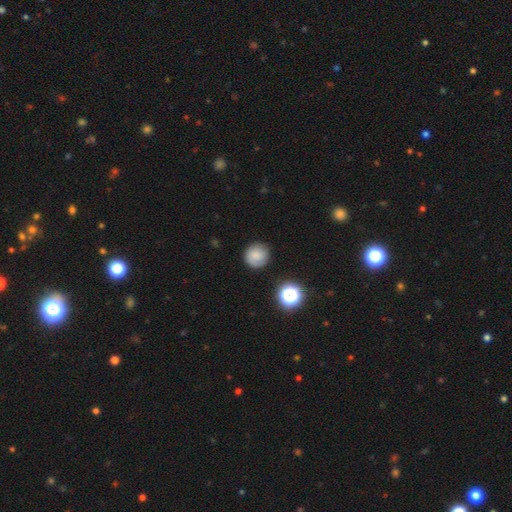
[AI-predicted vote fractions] smooth-or-featured: smooth: 77% | featured or disk: 12% | star or artifact: 11%
  how-rounded: round: 92% | in between: 7% | cigar-shaped: 1%
  merging: none: 84% | minor disturbance: 11% | major disturbance: 3% | merger: 2%